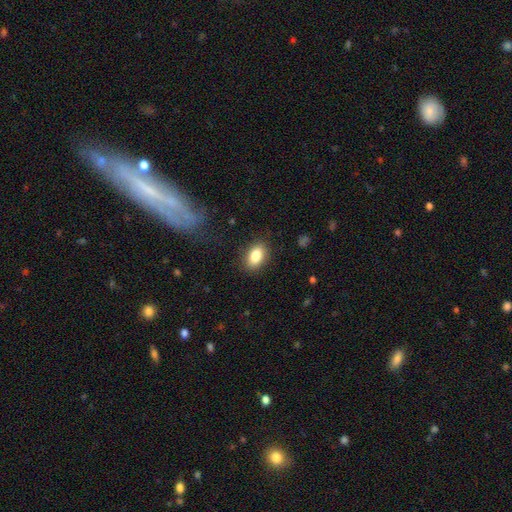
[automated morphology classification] smooth-or-featured: smooth: 86% | star or artifact: 8% | featured or disk: 6%
  how-rounded: in between: 89% | round: 9% | cigar-shaped: 2%
  merging: none: 86% | minor disturbance: 10% | major disturbance: 3% | merger: 1%